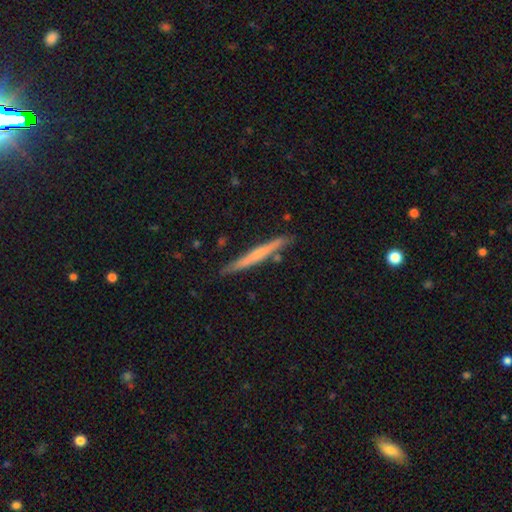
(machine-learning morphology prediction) Overall: featured or disk (50%; smooth 44%). Edge-on disk: yes (96%). Merging: none (85%).